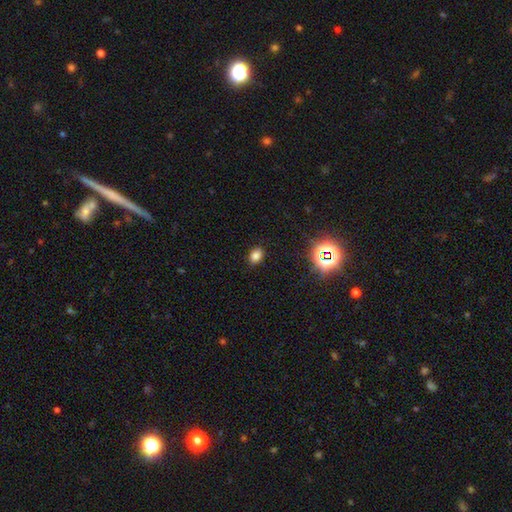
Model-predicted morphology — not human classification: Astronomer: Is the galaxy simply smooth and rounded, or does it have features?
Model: smooth — 77%.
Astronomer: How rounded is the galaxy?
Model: in between — 67%.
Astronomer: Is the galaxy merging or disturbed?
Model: none — 87%.